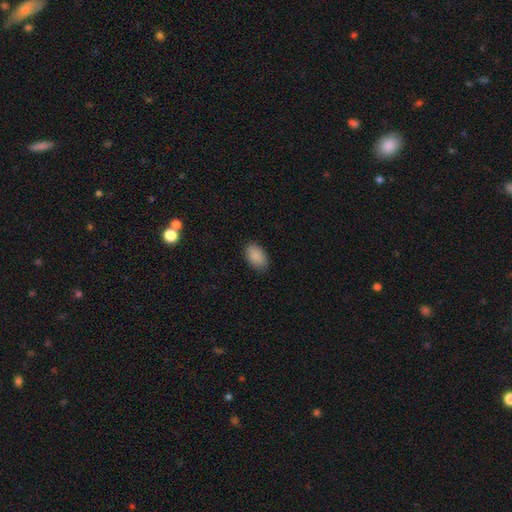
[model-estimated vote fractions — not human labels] smooth-or-featured: smooth: 89% | star or artifact: 7% | featured or disk: 3%
  how-rounded: in between: 91% | round: 8% | cigar-shaped: 1%
  merging: none: 85% | minor disturbance: 12% | major disturbance: 2% | merger: 1%